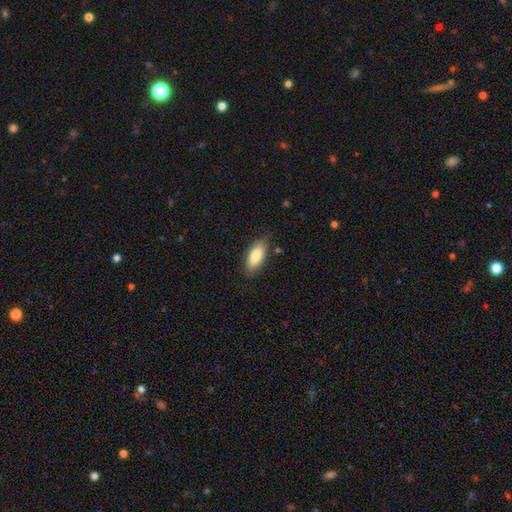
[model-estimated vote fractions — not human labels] Smooth or featured: smooth — 82% (featured or disk — 11%)
How rounded: in between — 82% (cigar-shaped — 15%)
Merging: none — 83% (minor disturbance — 12%)